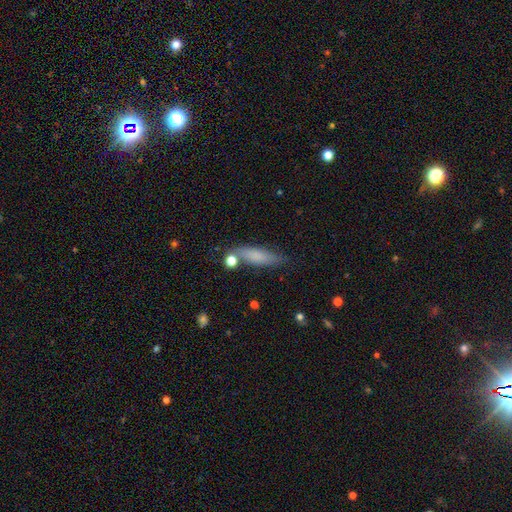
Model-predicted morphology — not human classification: This appears to be a smooth galaxy with no disk features (76%) that is cigar-shaped (61%). Merging: none (70%).